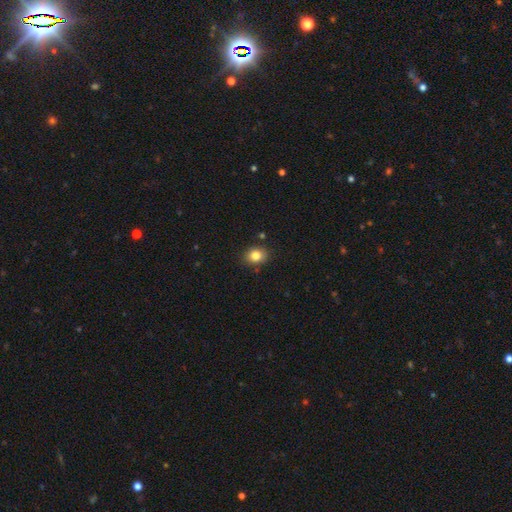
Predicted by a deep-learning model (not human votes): Morphology: type=smooth (83%); roundness=round (51%); merging=none (86%).